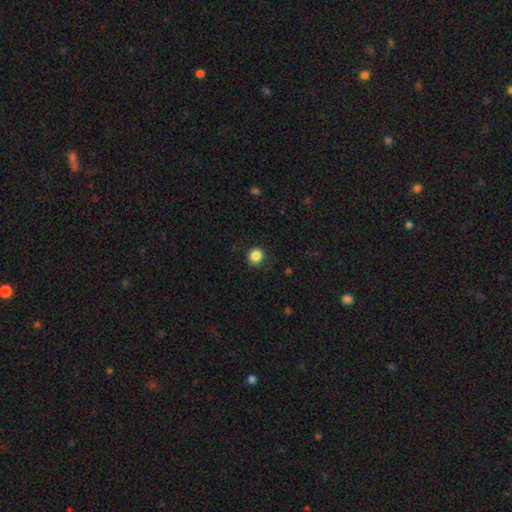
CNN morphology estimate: A smooth galaxy with no disk features (86%) that is round (91%). Merging: none (90%).